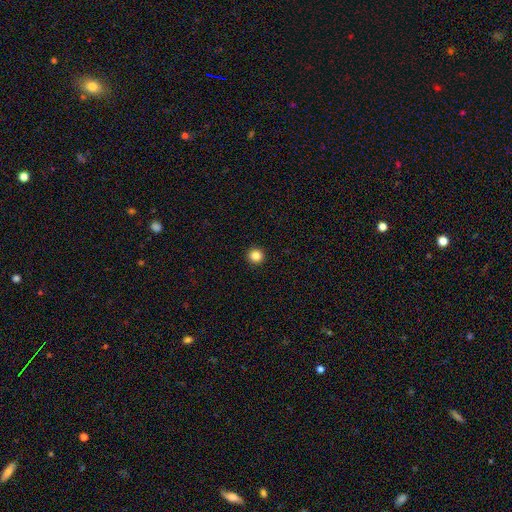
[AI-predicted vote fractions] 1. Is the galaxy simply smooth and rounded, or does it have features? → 85% smooth, 11% star or artifact, 4% featured or disk.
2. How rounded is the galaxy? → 96% round, 3% in between, 1% cigar-shaped.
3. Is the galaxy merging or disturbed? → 94% none, 4% minor disturbance, 1% major disturbance, 1% merger.